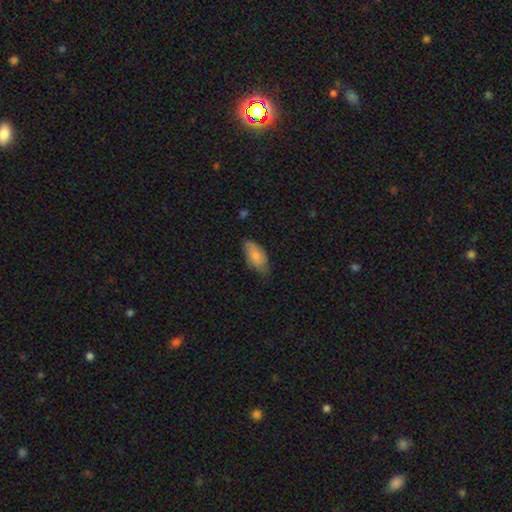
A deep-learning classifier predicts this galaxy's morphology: The model was most divided on "merging": none: 69%, minor disturbance: 26%, major disturbance: 4%, merger: 1%. More confident: how rounded — in between (91%); smooth or featured — smooth (82%).